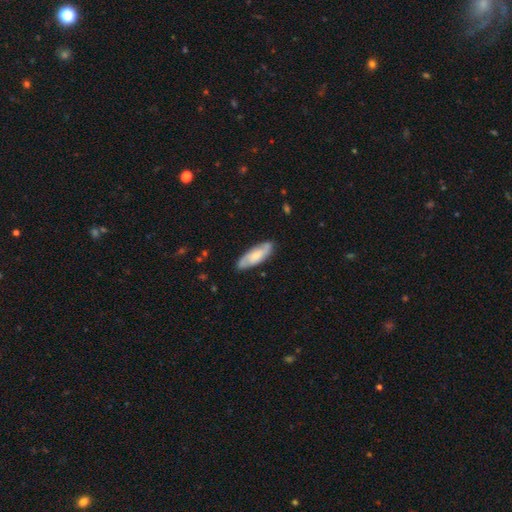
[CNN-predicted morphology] This appears to be a smooth galaxy with no disk features (57%) that is in between round and cigar-shaped (58%). Merging: none (81%).